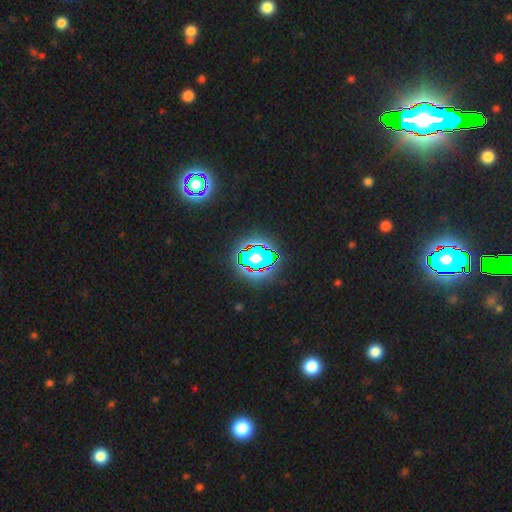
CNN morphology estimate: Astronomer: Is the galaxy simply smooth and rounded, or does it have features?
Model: star or artifact — 77%.